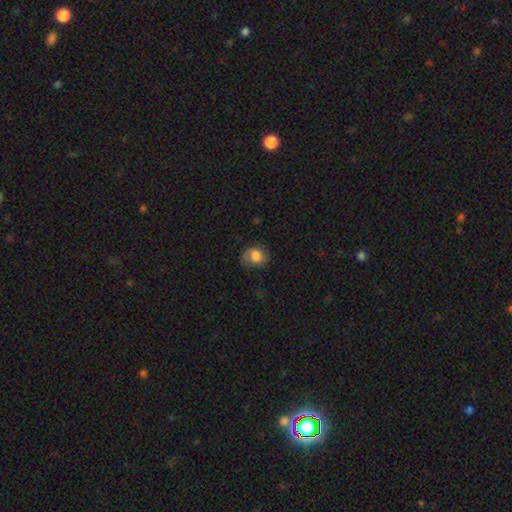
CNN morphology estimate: This appears to be a smooth galaxy with no disk features (77%) that is in between round and cigar-shaped (50%). Merging: none (57%).